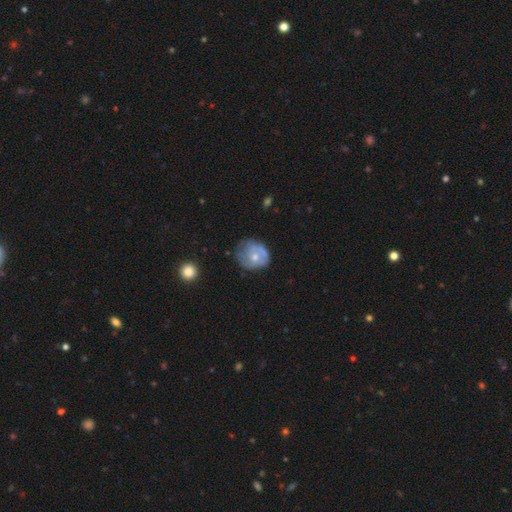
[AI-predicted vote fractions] A featured or disk galaxy (48%). Merging: none (45%).